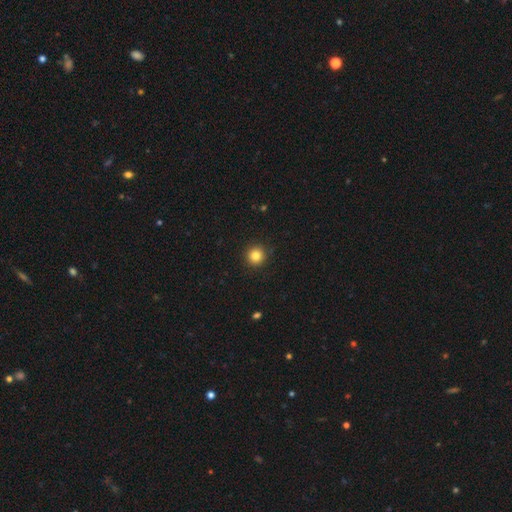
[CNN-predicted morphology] Smooth or featured? Predicted: smooth (p=0.83). How rounded? Predicted: round (p=0.95). Merging? Predicted: none (p=0.92).